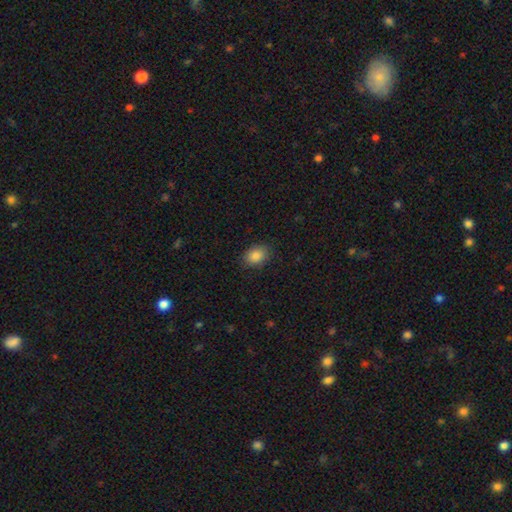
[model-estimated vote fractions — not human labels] smooth-or-featured: smooth: 86% | star or artifact: 8% | featured or disk: 5%
  how-rounded: in between: 71% | round: 28% | cigar-shaped: 1%
  merging: none: 85% | minor disturbance: 11% | major disturbance: 3% | merger: 1%